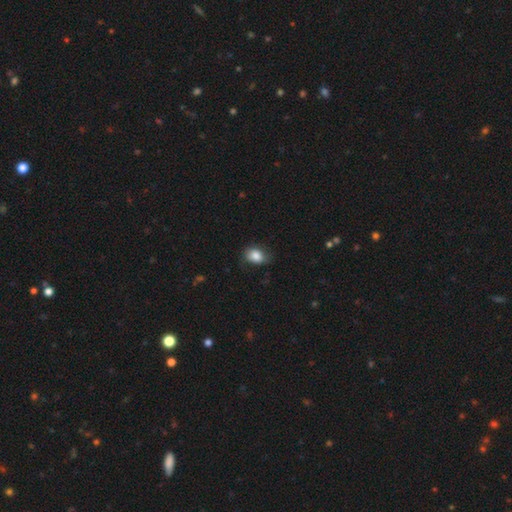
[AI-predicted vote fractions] The model was most divided on "how rounded": in between: 69%, round: 30%, cigar-shaped: 1%. More confident: smooth or featured — smooth (83%); merging — none (67%).